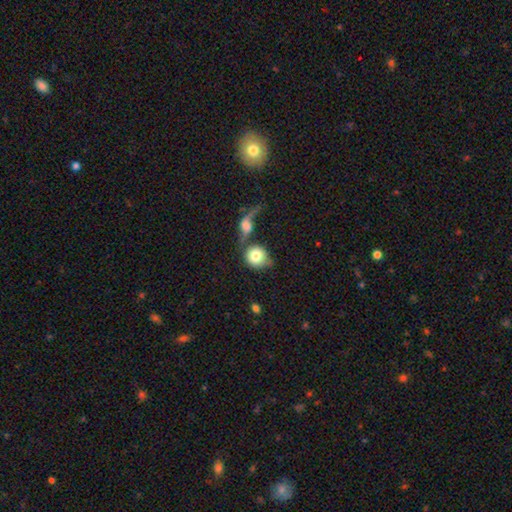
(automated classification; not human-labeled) smooth_or_featured: smooth (p=0.77) [alt: featured or disk p=0.16]
how_rounded: round (p=0.85) [alt: in between p=0.13]
merging: merger (p=0.40) [alt: none p=0.38]